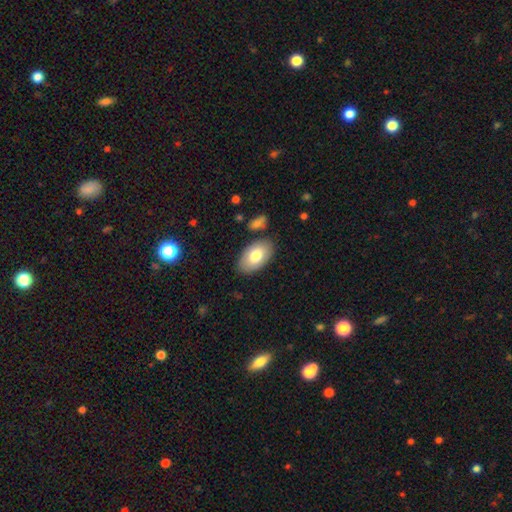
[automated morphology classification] smooth 78%, featured or disk 16%, star or artifact 6%. Down the decision tree: how rounded — in between (95%); merging — none (82%).